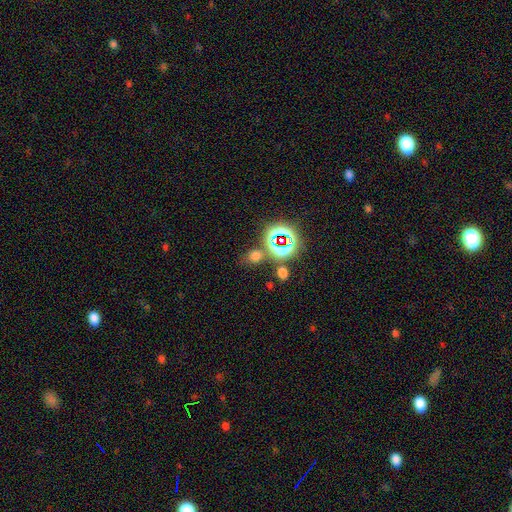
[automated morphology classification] smooth_or_featured: smooth (p=0.56) [alt: star or artifact p=0.38]
how_rounded: round (p=0.66) [alt: in between p=0.32]
merging: none (p=0.69) [alt: merger p=0.15]